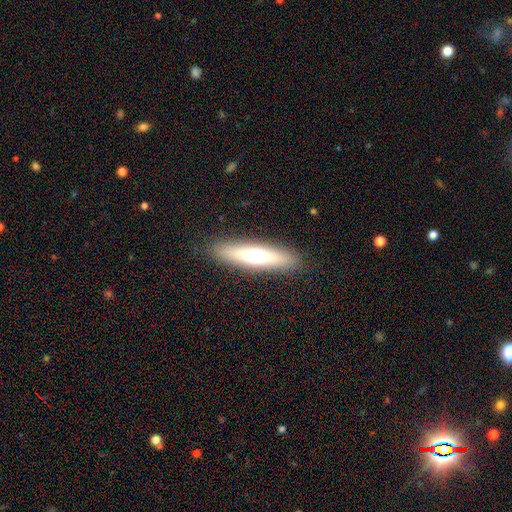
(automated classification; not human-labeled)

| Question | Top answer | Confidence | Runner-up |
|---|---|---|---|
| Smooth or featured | smooth | 51% | featured or disk (40%) |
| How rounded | cigar-shaped | 71% | in between (26%) |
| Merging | none | 88% | minor disturbance (8%) |